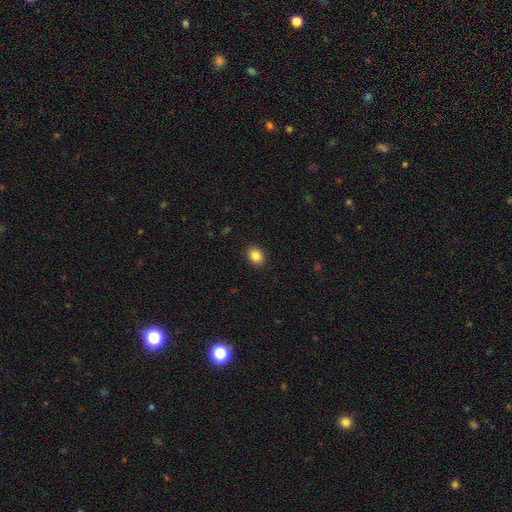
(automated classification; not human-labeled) Smooth or featured? smooth (86%)
How rounded? round (55%)
Merging? none (91%)